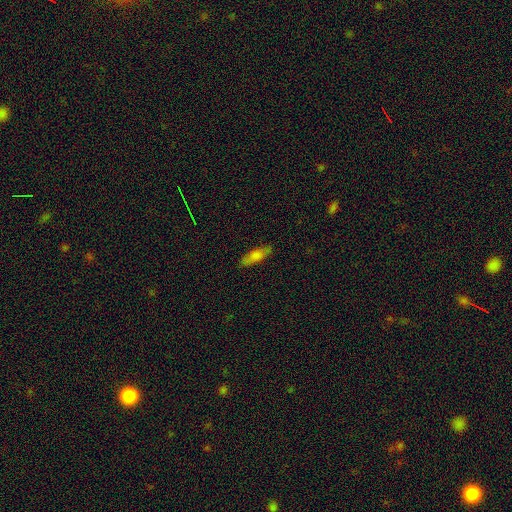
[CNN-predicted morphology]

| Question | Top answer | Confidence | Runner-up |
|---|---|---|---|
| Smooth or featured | smooth | 75% | featured or disk (18%) |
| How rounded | cigar-shaped | 50% | in between (48%) |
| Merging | none | 83% | minor disturbance (13%) |